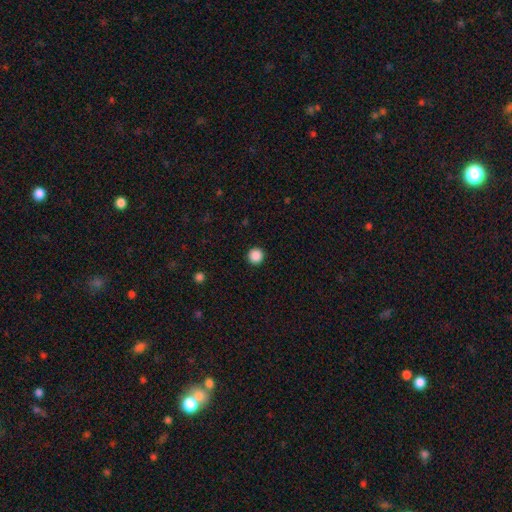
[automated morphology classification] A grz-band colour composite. It shows a smooth galaxy with no disk features (87%) that is round (96%). Merging: none (93%).